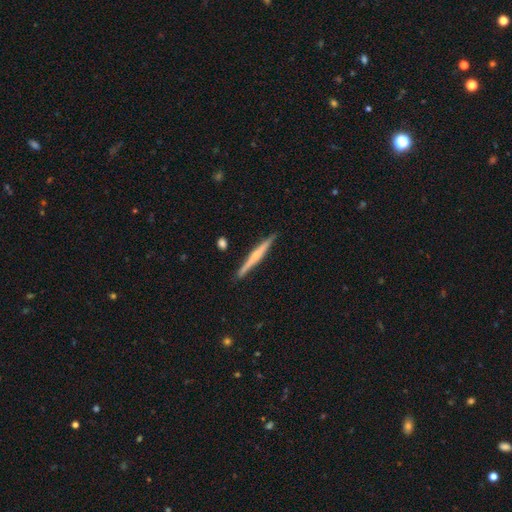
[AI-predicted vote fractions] This is likely a featured or disk galaxy (65%). It is clearly viewed edge-on (98%). Edge-on bulge: likely rounded (60%). Merging: clearly none (90%).